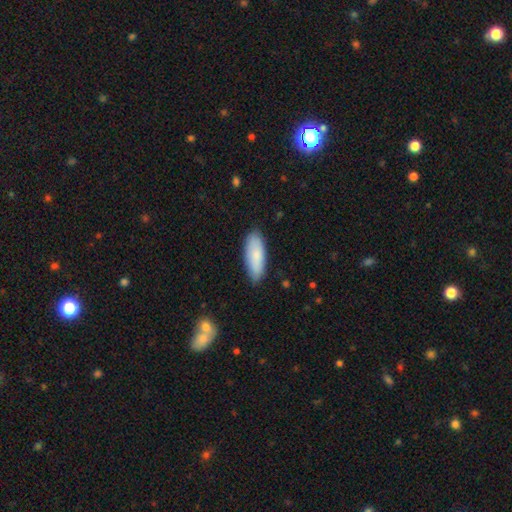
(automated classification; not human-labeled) A smooth galaxy with no disk features (84%) that is in between round and cigar-shaped (71%).

Vote fractions:
- Smooth or featured? smooth: 84% / featured or disk: 11% / star or artifact: 6%
- How rounded? in between: 71% / cigar-shaped: 27% / round: 2%
- Merging? none: 83% / minor disturbance: 14% / major disturbance: 2% / merger: 1%